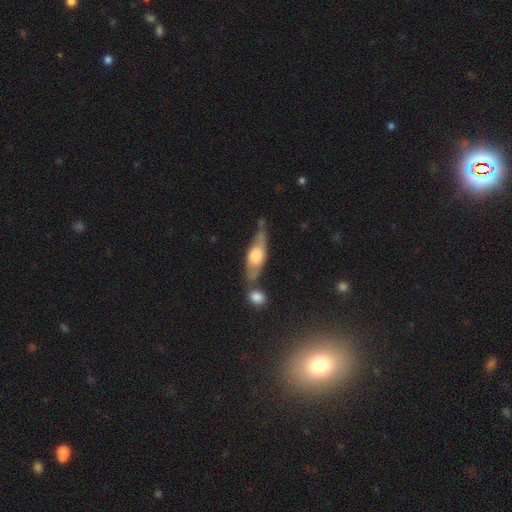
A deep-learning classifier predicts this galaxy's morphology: A featured or disk galaxy (49%).

Vote fractions:
- Smooth or featured? featured or disk: 49% / smooth: 45% / star or artifact: 6%
- Merging? none: 51% / merger: 23% / minor disturbance: 20% / major disturbance: 7%